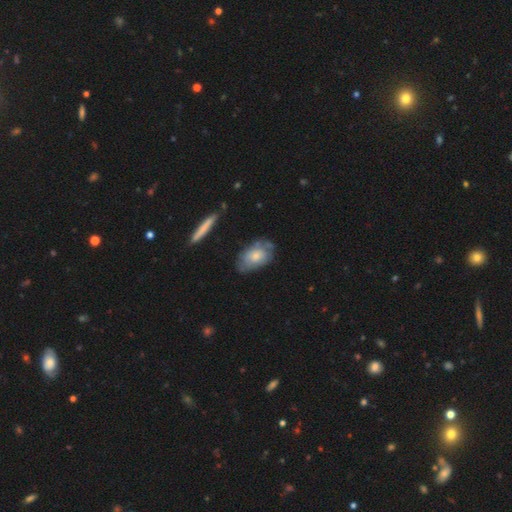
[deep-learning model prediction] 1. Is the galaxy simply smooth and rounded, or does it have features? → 60% smooth, 34% featured or disk, 6% star or artifact.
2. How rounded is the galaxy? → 87% in between, 10% round, 3% cigar-shaped.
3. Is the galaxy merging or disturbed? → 63% none, 25% minor disturbance, 8% major disturbance, 4% merger.